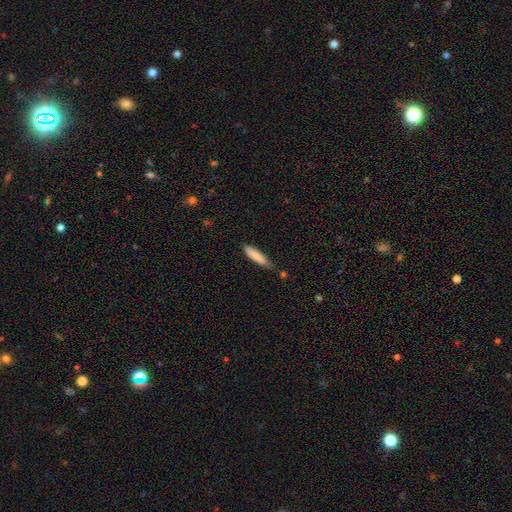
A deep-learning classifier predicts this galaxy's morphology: smooth 84%, featured or disk 10%, star or artifact 6%. Down the decision tree: how rounded — cigar-shaped (79%); merging — none (75%).